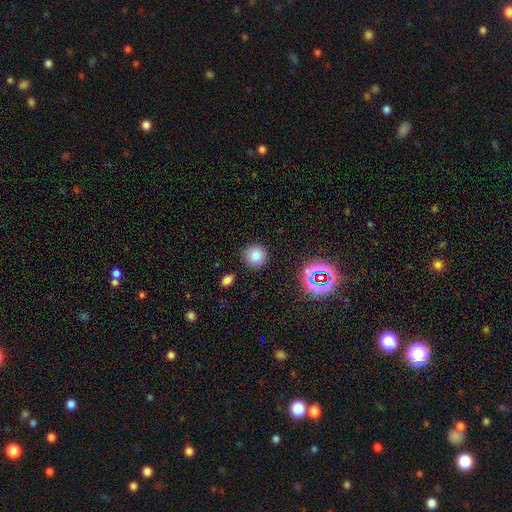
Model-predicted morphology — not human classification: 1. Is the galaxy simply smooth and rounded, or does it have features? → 79% smooth, 15% star or artifact, 6% featured or disk.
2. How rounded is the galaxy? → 93% round, 6% in between, 1% cigar-shaped.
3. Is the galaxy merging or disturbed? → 87% none, 8% minor disturbance, 3% major disturbance, 2% merger.